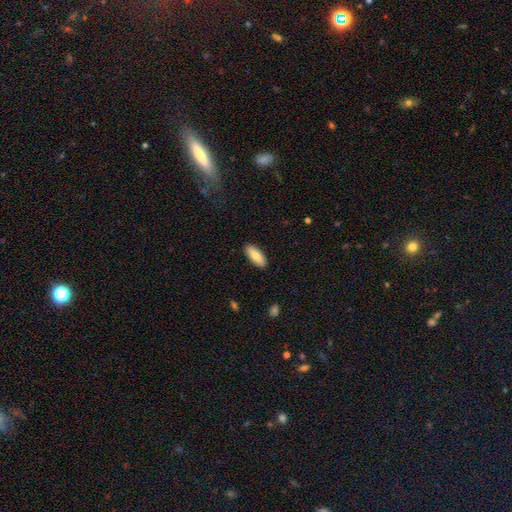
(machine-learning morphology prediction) This is clearly a smooth galaxy (82%). How rounded: likely in between (79%). Merging: clearly none (90%).